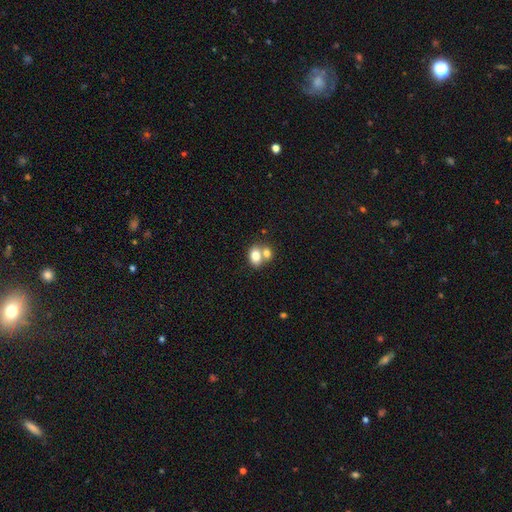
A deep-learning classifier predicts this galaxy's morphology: A smooth galaxy with no disk features (78%) that is in between round and cigar-shaped (69%).

Vote fractions:
- Smooth or featured? smooth: 78% / featured or disk: 13% / star or artifact: 9%
- How rounded? in between: 69% / round: 30% / cigar-shaped: 1%
- Merging? merger: 55% / none: 34% / minor disturbance: 8% / major disturbance: 3%